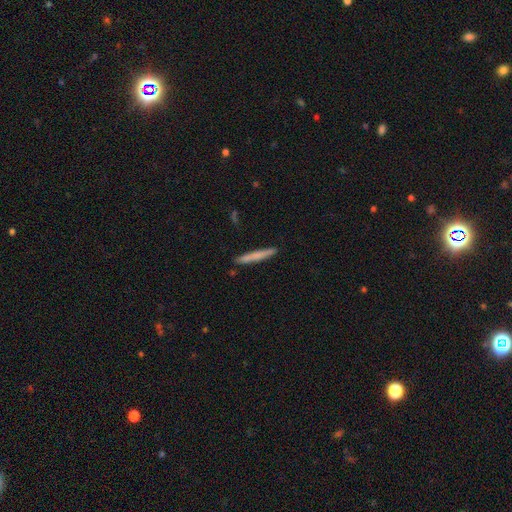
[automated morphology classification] Smooth or featured?
  - smooth: 69% *
  - featured or disk: 25%
  - star or artifact: 6%
How rounded?
  - cigar-shaped: 96% *
  - in between: 3%
  - round: 1%
Merging?
  - none: 88% *
  - minor disturbance: 9%
  - merger: 2%
  - major disturbance: 2%